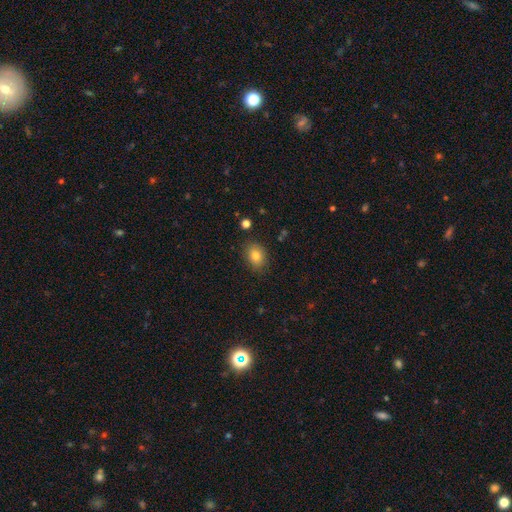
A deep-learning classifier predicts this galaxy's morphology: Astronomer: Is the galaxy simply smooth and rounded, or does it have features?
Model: smooth — 82%.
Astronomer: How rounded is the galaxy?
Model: in between — 63%.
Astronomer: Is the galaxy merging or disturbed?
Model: none — 84%.